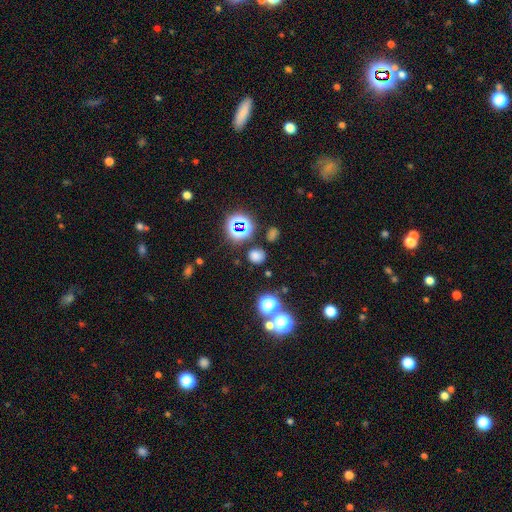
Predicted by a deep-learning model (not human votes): Q: Smooth or featured?
A: smooth (67%); runner-up: star or artifact (27%)
Q: How rounded?
A: round (75%); runner-up: in between (24%)
Q: Merging?
A: none (82%); runner-up: minor disturbance (10%)